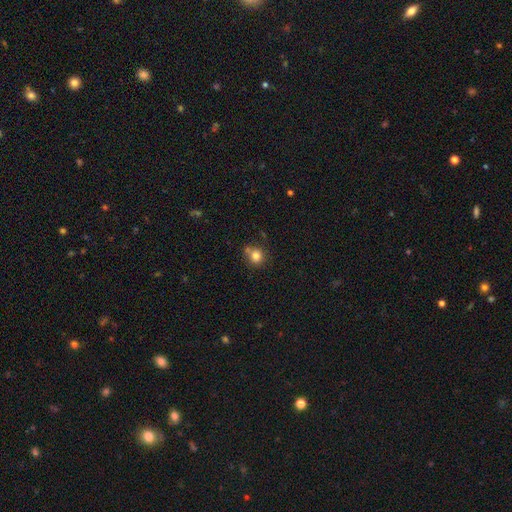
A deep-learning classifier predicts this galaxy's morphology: Smooth or featured? Predicted: smooth (p=0.80). How rounded? Predicted: round (p=0.88). Merging? Predicted: none (p=0.68).